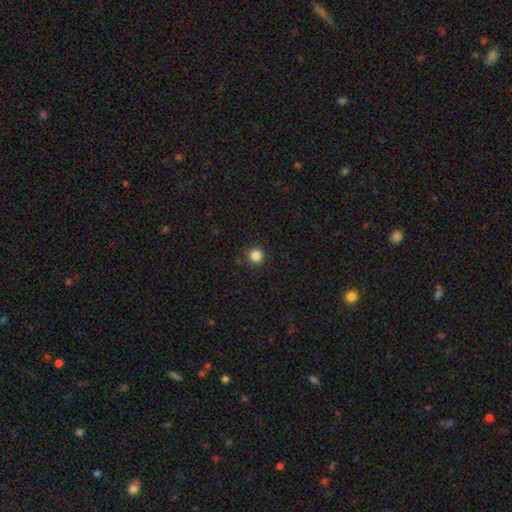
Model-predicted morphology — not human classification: smooth_or_featured: smooth (p=0.84) [alt: star or artifact p=0.12]
how_rounded: round (p=0.95) [alt: in between p=0.04]
merging: none (p=0.89) [alt: minor disturbance p=0.07]